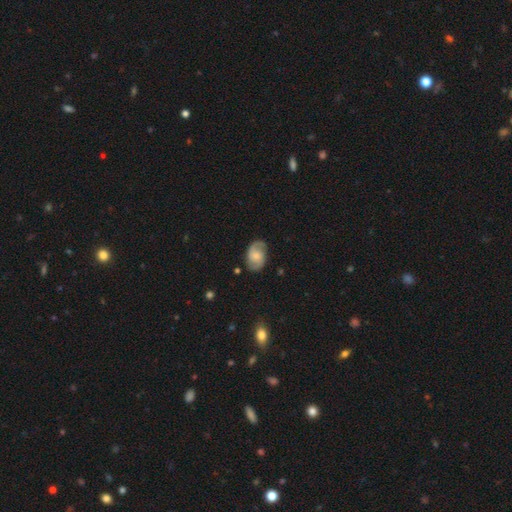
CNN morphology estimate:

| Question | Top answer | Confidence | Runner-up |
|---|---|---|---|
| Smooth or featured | featured or disk | 73% | smooth (21%) |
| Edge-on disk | no | 97% | yes (3%) |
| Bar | no | 60% | weak (34%) |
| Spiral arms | yes | 94% | no (6%) |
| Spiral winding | medium | 50% | tight (28%) |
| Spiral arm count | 2 | 90% | can't tell (5%) |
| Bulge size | small | 46% | moderate (37%) |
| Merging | none | 80% | minor disturbance (14%) |